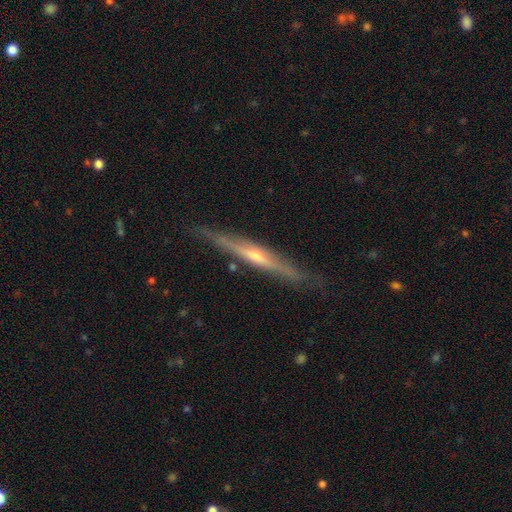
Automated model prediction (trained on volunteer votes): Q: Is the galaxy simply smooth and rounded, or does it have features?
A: featured or disk — 73%.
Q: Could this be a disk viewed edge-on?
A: yes — 96%.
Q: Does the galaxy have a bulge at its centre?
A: rounded — 64%.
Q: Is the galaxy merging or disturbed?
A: none — 83%.